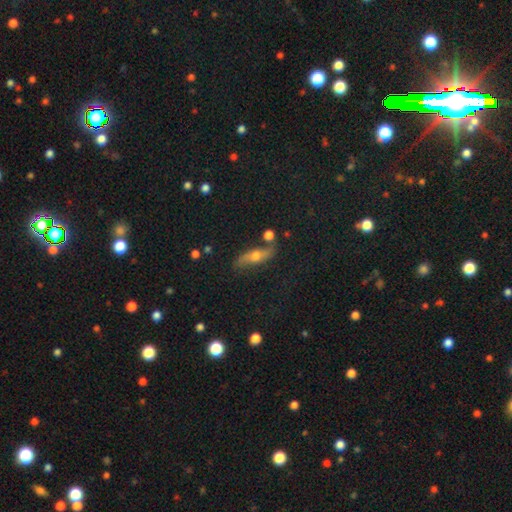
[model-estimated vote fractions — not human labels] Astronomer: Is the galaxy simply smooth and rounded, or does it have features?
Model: featured or disk — 51% (runner-up: smooth, 38%).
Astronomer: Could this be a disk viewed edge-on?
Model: yes — 52% (runner-up: no, 48%).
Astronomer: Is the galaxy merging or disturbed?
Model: none — 68%.